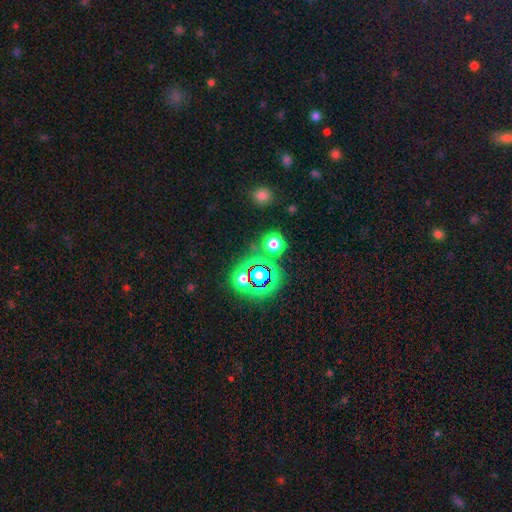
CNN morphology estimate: Smooth or featured? Predicted: star or artifact (p=0.71).